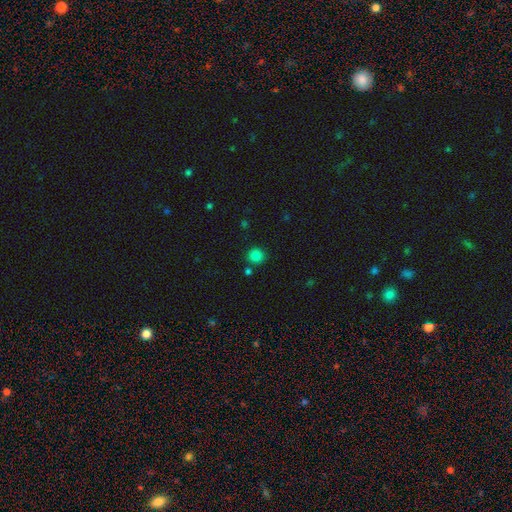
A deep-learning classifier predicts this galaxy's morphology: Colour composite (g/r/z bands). It shows a smooth galaxy with no disk features (84%) that is round (90%). Merging: none (83%).